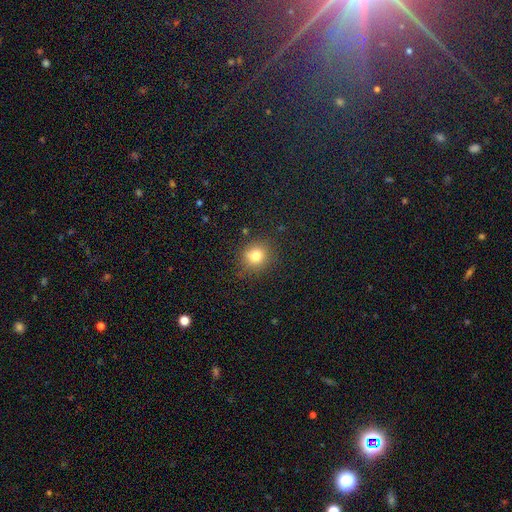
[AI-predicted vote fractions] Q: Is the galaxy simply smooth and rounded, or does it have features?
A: smooth — 78%.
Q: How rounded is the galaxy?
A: round — 84%.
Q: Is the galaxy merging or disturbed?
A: none — 83%.